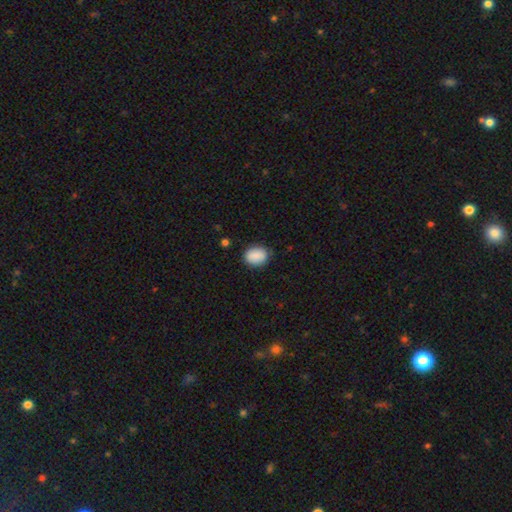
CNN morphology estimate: smooth-or-featured: smooth: 89% | star or artifact: 7% | featured or disk: 4%
  how-rounded: in between: 61% | round: 38% | cigar-shaped: 1%
  merging: none: 83% | minor disturbance: 13% | major disturbance: 3% | merger: 1%